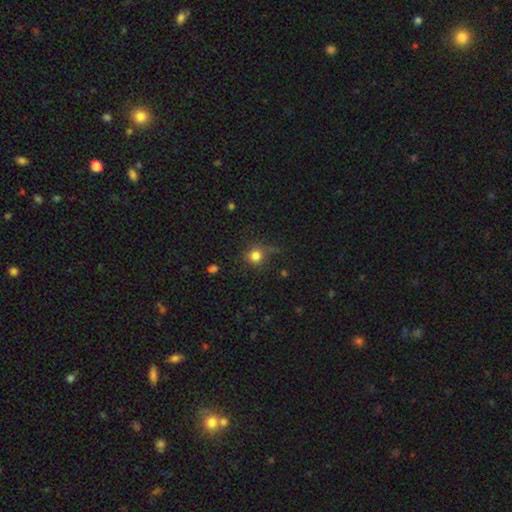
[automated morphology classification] Q: Smooth or featured?
A: smooth (81%); runner-up: star or artifact (13%)
Q: How rounded?
A: round (91%); runner-up: in between (8%)
Q: Merging?
A: none (76%); runner-up: minor disturbance (16%)